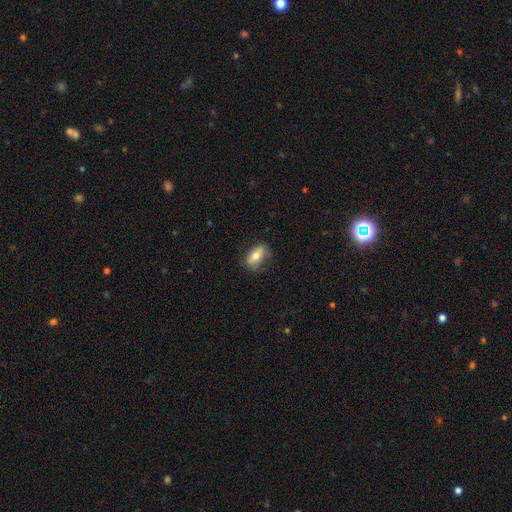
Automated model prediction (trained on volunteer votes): A smooth galaxy with no disk features (69%) that is in between round and cigar-shaped (85%). Merging: none (66%).